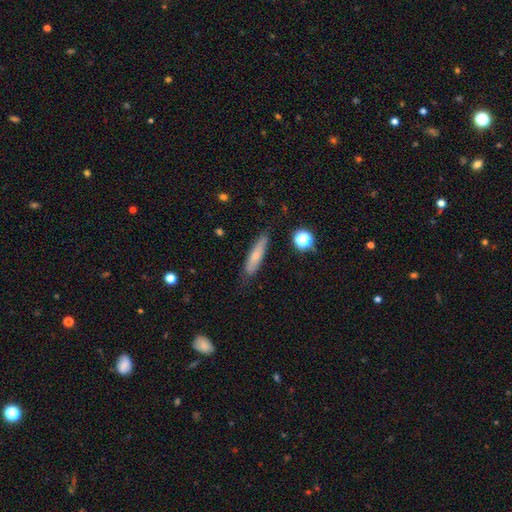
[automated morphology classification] Smooth or featured: smooth — 67% (featured or disk — 25%)
How rounded: cigar-shaped — 78% (in between — 20%)
Merging: none — 80% (minor disturbance — 16%)